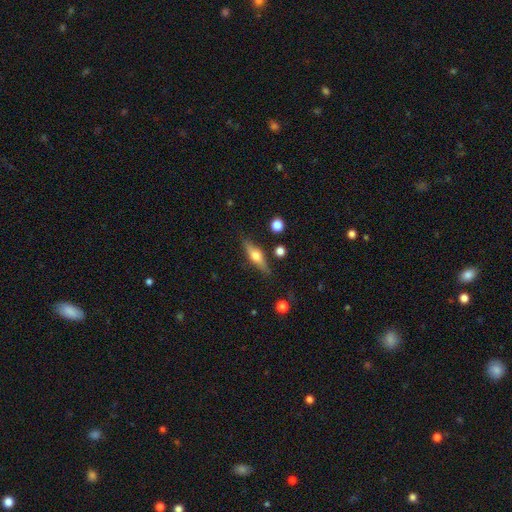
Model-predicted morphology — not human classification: smooth-or-featured: featured or disk: 60% | smooth: 33% | star or artifact: 7%
  disk-edge-on: yes: 94% | no: 6%
    edge-on-bulge: rounded: 92% | boxy: 5% | none: 2%
  merging: none: 82% | minor disturbance: 12% | merger: 3% | major disturbance: 3%